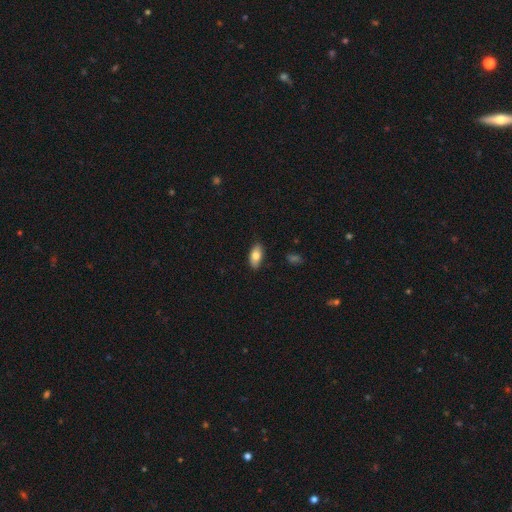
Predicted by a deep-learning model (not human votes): Smooth or featured: smooth — 78% (featured or disk — 15%)
How rounded: in between — 89% (cigar-shaped — 7%)
Merging: none — 86% (minor disturbance — 11%)